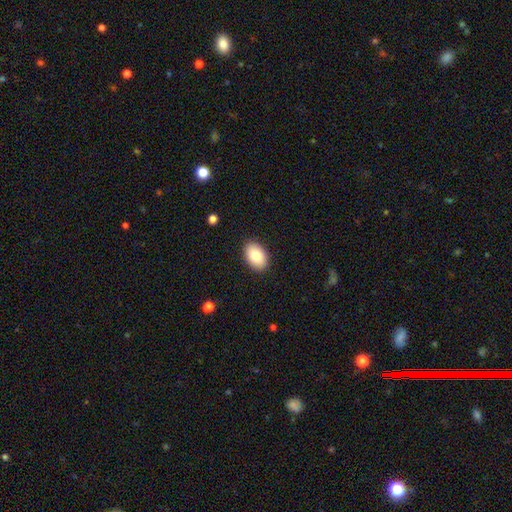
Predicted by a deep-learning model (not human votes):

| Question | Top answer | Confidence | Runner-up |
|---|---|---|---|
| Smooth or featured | smooth | 82% | featured or disk (11%) |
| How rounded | in between | 89% | round (10%) |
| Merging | none | 89% | minor disturbance (8%) |